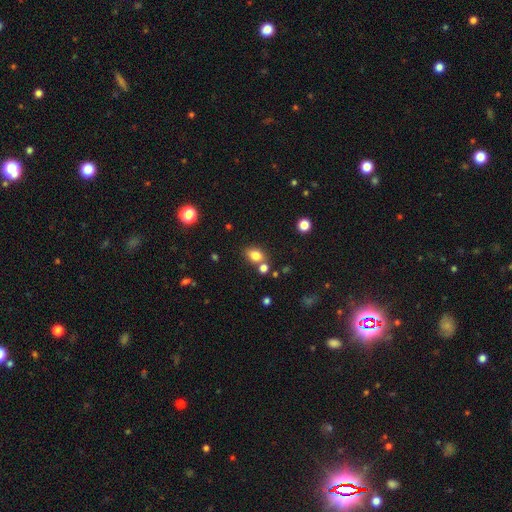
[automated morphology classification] Smooth or featured?
  - smooth: 80% *
  - star or artifact: 12%
  - featured or disk: 8%
How rounded?
  - in between: 70% *
  - round: 29%
  - cigar-shaped: 1%
Merging?
  - none: 63% *
  - merger: 20%
  - minor disturbance: 13%
  - major disturbance: 4%